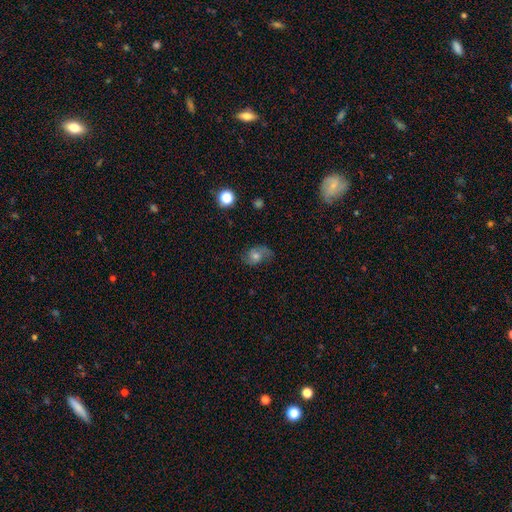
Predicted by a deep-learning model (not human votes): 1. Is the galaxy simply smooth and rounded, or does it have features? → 55% featured or disk, 32% smooth, 13% star or artifact.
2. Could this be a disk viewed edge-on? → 96% no, 4% yes.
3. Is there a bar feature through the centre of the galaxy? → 67% no, 28% weak, 5% strong.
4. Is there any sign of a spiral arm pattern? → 88% yes, 12% no.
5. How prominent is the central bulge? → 58% moderate, 29% small, 8% large, 4% none, 2% dominant.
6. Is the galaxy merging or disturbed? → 66% none, 22% minor disturbance, 11% major disturbance, 2% merger.